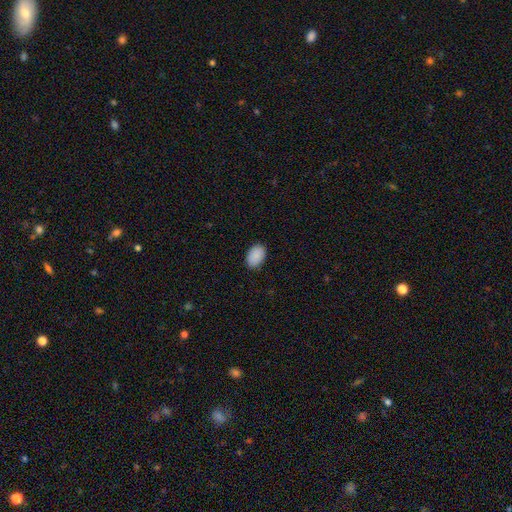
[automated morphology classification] Smooth or featured? smooth (91%)
How rounded? in between (88%)
Merging? none (89%)